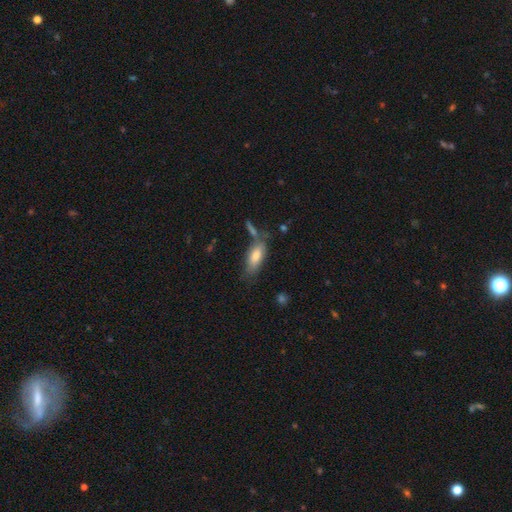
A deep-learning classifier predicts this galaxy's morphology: This is likely a smooth galaxy (77%). How rounded: likely in between (77%). Merging: likely none (61%).